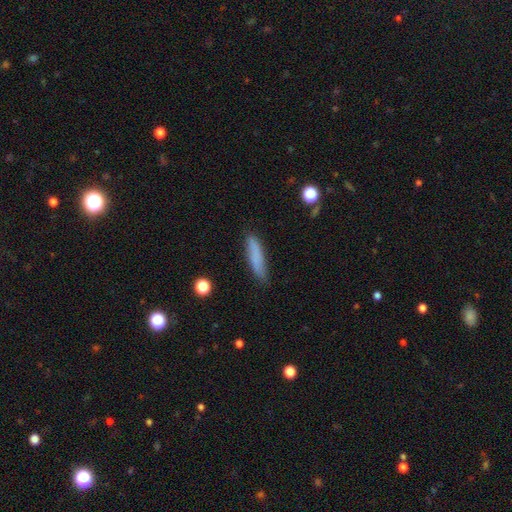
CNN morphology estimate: This appears to be a smooth galaxy with no disk features (77%) that is cigar-shaped (79%). Merging: none (81%).